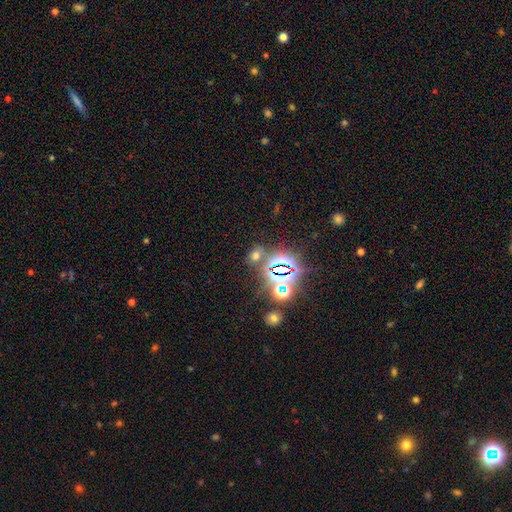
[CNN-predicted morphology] This is possibly a star or artifact rather than a galaxy (50%).